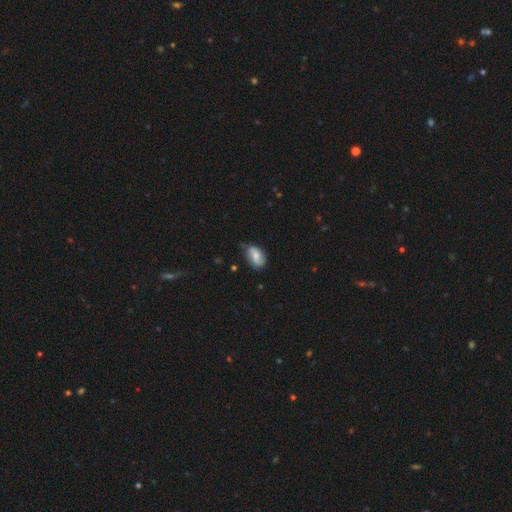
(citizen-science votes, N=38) Morphology: type=smooth (61%); roundness=in between (91%); merging=minor disturbance (51%).